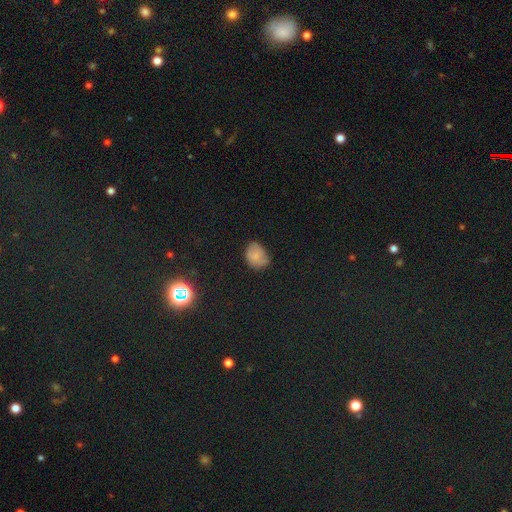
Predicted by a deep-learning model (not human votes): Smooth or featured: smooth — 71% (featured or disk — 15%)
How rounded: in between — 60% (round — 39%)
Merging: none — 53% (minor disturbance — 36%)